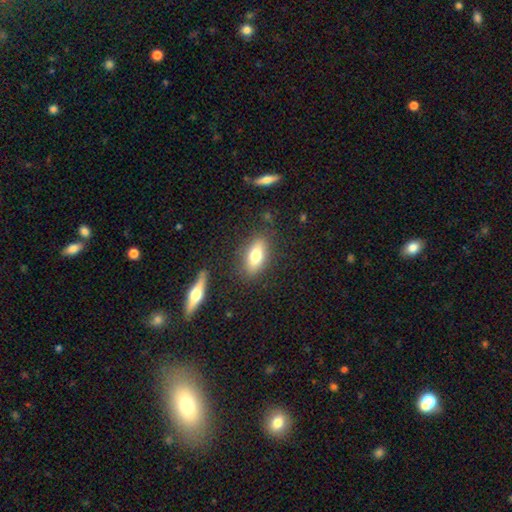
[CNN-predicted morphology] The model was most divided on "smooth or featured": smooth: 72%, featured or disk: 21%, star or artifact: 8%. More confident: merging — none (82%); how rounded — in between (79%).